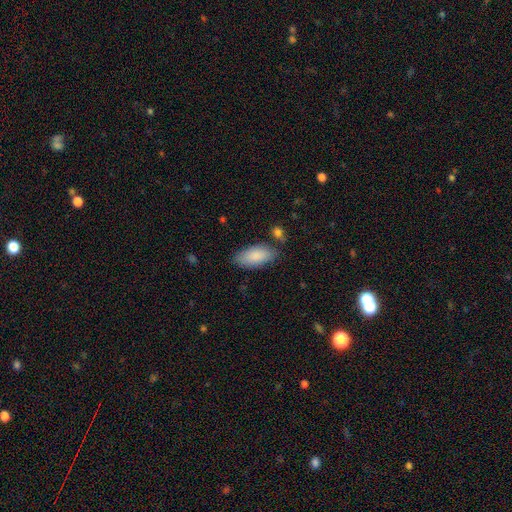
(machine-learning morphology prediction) This is clearly a smooth galaxy (87%). How rounded: clearly in between (89%). Merging: likely none (77%).